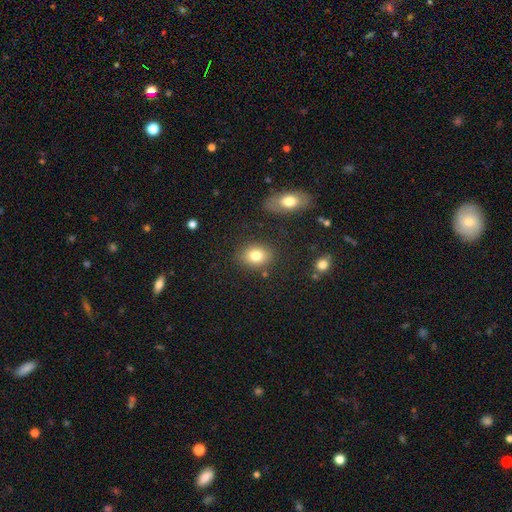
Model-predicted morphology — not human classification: Smooth or featured?
  - smooth: 80% *
  - featured or disk: 10%
  - star or artifact: 10%
How rounded?
  - in between: 56% *
  - round: 43%
  - cigar-shaped: 1%
Merging?
  - none: 83% *
  - minor disturbance: 11%
  - merger: 4%
  - major disturbance: 3%